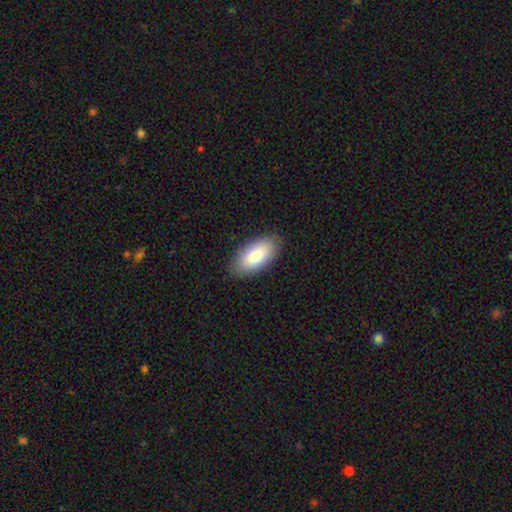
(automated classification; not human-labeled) A smooth galaxy with no disk features (85%) that is in between round and cigar-shaped (92%). Merging: none (87%).